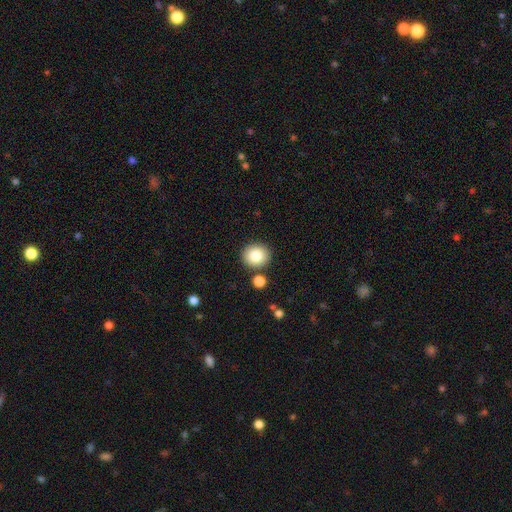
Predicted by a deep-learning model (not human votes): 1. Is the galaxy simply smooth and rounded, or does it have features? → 83% smooth, 9% star or artifact, 8% featured or disk.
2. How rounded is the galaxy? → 82% round, 17% in between, 1% cigar-shaped.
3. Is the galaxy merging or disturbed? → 85% none, 7% minor disturbance, 6% merger, 2% major disturbance.